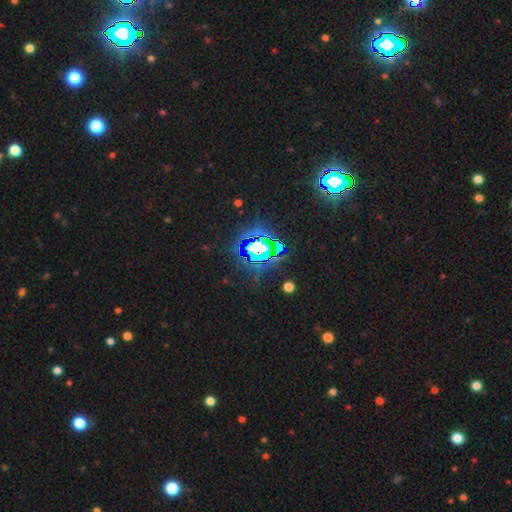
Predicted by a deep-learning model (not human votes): A star or artifact, not a galaxy (76%).

Vote fractions:
- Smooth or featured? star or artifact: 76% / smooth: 13% / featured or disk: 11%